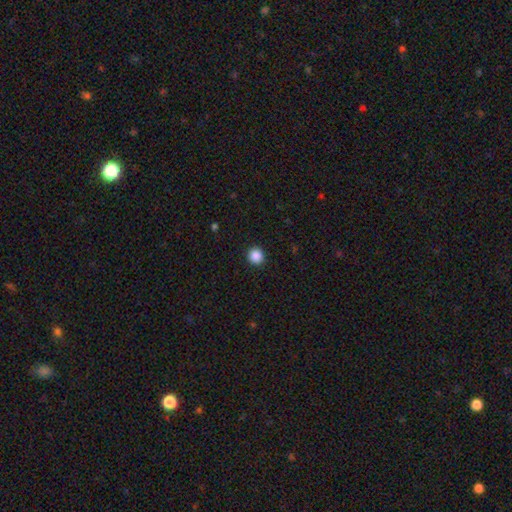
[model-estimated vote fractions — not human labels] Smooth or featured?
  - smooth: 88% *
  - star or artifact: 10%
  - featured or disk: 3%
How rounded?
  - round: 93% *
  - in between: 6%
  - cigar-shaped: 1%
Merging?
  - none: 93% *
  - minor disturbance: 4%
  - major disturbance: 2%
  - merger: 1%